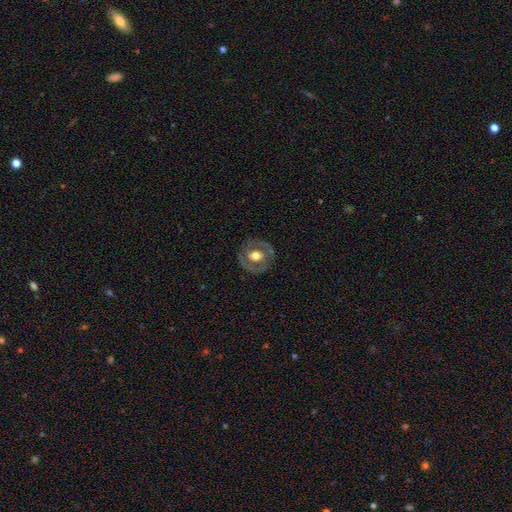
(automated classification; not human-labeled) smooth_or_featured: featured or disk (p=0.61) [alt: smooth p=0.33]
disk_edge_on: no (p=0.95) [alt: yes p=0.05]
bar: no (p=0.69) [alt: weak p=0.23]
has_spiral_arms: no (p=0.67) [alt: yes p=0.33]
bulge_size: moderate (p=0.56) [alt: large p=0.36]
merging: none (p=0.79) [alt: minor disturbance p=0.14]